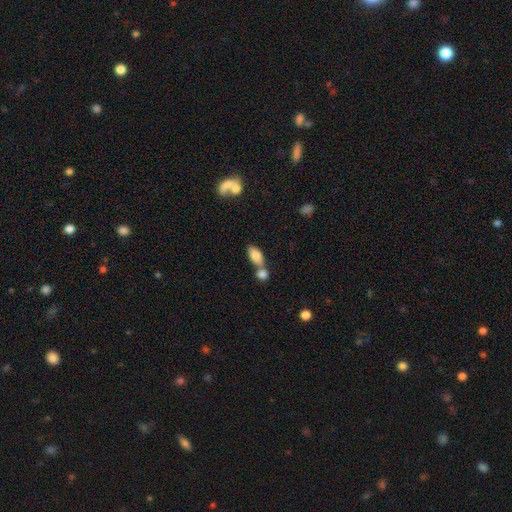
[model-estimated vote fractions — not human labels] Smooth or featured?
  - smooth: 82% *
  - featured or disk: 11%
  - star or artifact: 8%
How rounded?
  - in between: 87% *
  - cigar-shaped: 9%
  - round: 4%
Merging?
  - merger: 46% *
  - none: 41%
  - minor disturbance: 9%
  - major disturbance: 4%